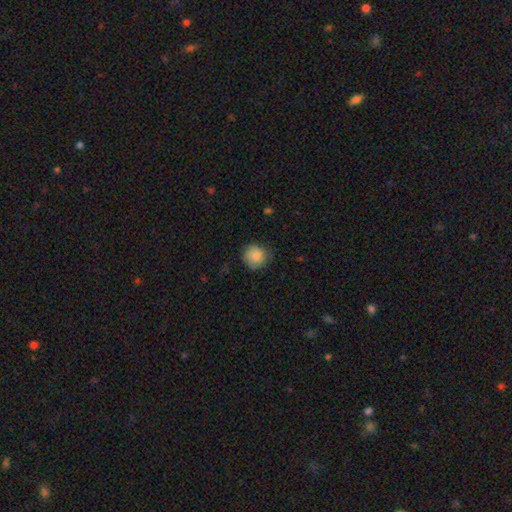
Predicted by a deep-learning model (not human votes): This appears to be a smooth galaxy with no disk features (84%) that is round (90%). Merging: none (74%).